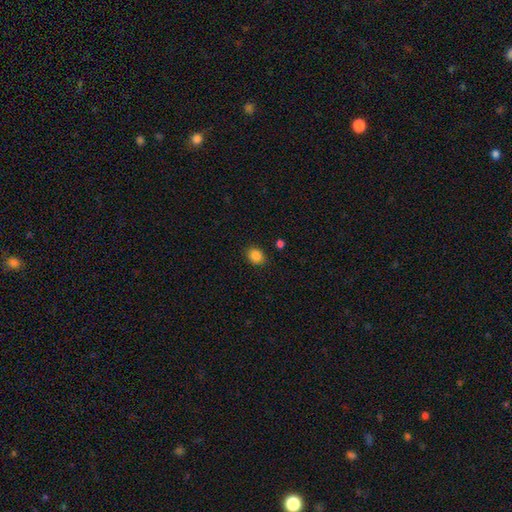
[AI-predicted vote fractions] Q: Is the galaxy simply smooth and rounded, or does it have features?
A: smooth — 86%.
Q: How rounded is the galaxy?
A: round — 60%.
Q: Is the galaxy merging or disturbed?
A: none — 87%.